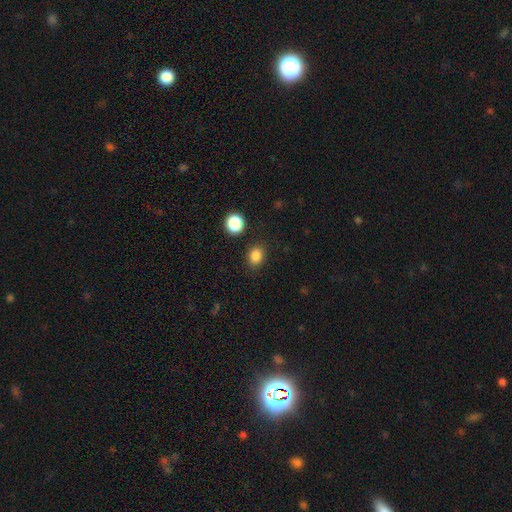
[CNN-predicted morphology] smooth-or-featured: smooth: 84% | star or artifact: 11% | featured or disk: 4%
  how-rounded: round: 53% | in between: 46% | cigar-shaped: 1%
  merging: none: 86% | minor disturbance: 9% | merger: 3% | major disturbance: 3%